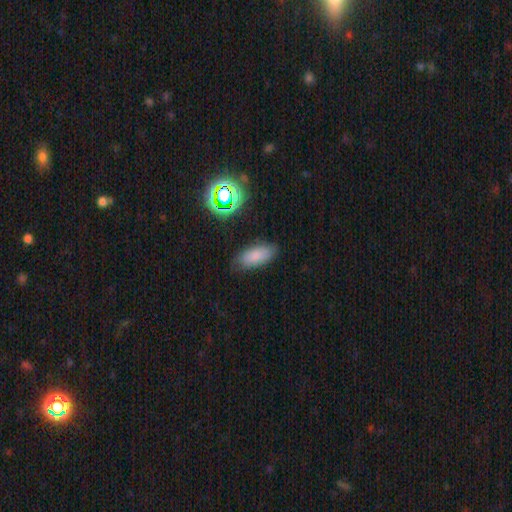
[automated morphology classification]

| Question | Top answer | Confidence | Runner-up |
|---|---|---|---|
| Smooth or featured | smooth | 76% | featured or disk (12%) |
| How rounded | in between | 81% | cigar-shaped (16%) |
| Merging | none | 78% | minor disturbance (16%) |